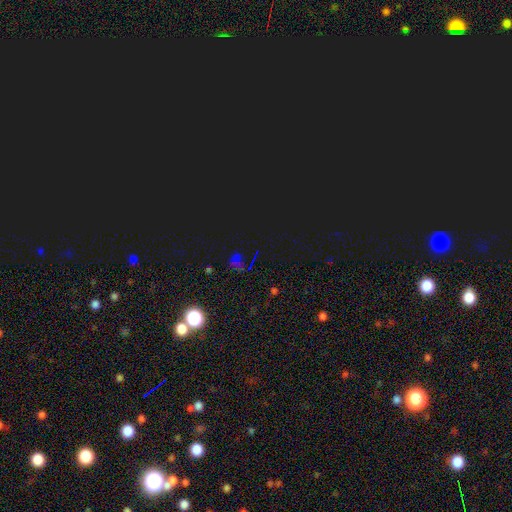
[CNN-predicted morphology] smooth-or-featured: star or artifact: 76% | smooth: 17% | featured or disk: 8%